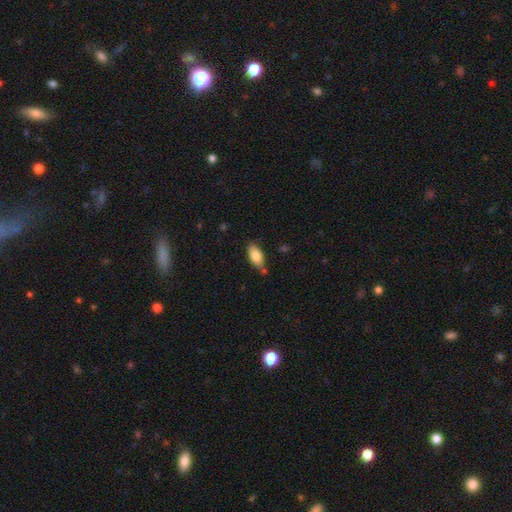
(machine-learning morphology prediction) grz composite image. It shows a smooth galaxy with no disk features (82%) that is in between round and cigar-shaped (90%). Merging: none (72%).